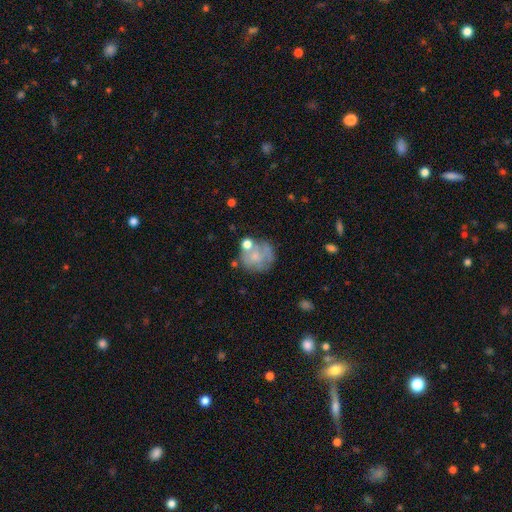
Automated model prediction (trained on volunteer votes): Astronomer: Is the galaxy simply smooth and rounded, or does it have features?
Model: smooth — 46% (runner-up: featured or disk, 44%).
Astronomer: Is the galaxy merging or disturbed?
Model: none — 49%.